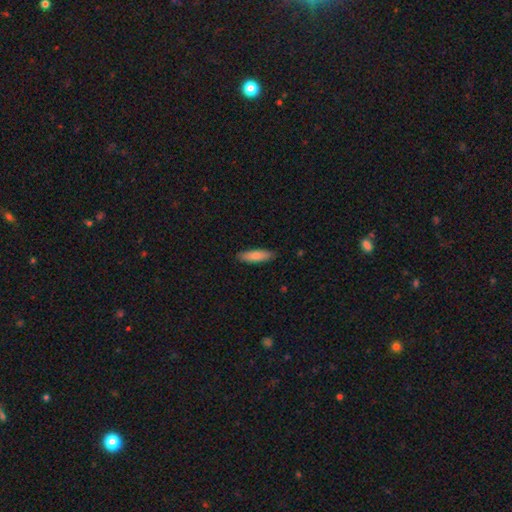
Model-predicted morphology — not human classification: A smooth galaxy with no disk features (83%) that is cigar-shaped (58%).

Vote fractions:
- Smooth or featured? smooth: 83% / featured or disk: 12% / star or artifact: 6%
- How rounded? cigar-shaped: 58% / in between: 40% / round: 2%
- Merging? none: 88% / minor disturbance: 9% / major disturbance: 2% / merger: 1%